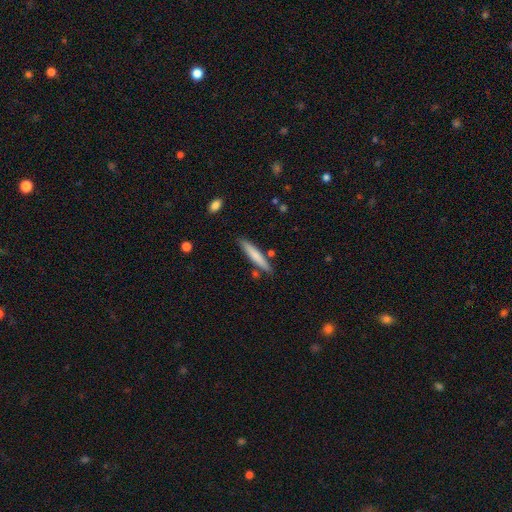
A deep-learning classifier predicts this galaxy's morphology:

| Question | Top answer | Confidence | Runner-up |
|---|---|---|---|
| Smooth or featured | smooth | 72% | featured or disk (22%) |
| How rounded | cigar-shaped | 93% | in between (6%) |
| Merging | none | 83% | minor disturbance (11%) |